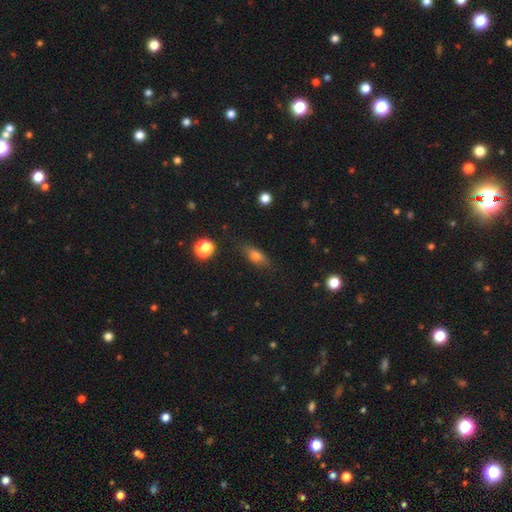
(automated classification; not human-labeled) smooth 69%, featured or disk 20%, star or artifact 11%. Down the decision tree: how rounded — in between (69%); merging — none (78%).